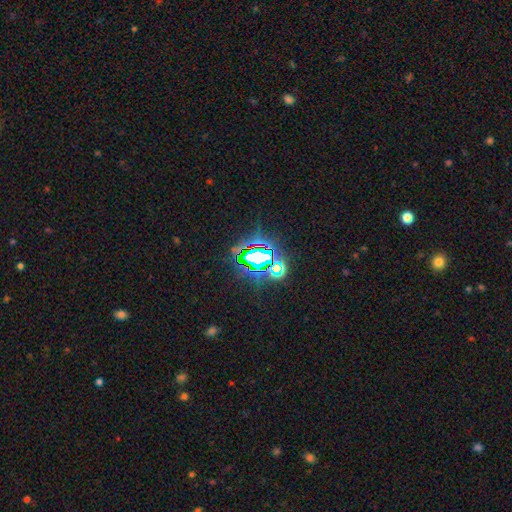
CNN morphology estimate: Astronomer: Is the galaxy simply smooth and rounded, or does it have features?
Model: star or artifact — 74%.